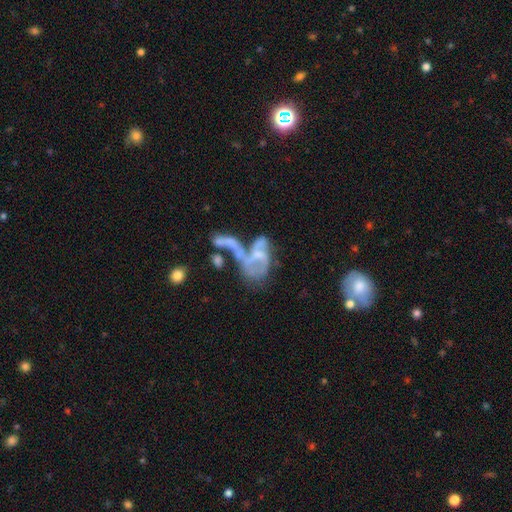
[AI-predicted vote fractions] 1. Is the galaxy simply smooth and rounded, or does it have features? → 65% featured or disk, 24% smooth, 12% star or artifact.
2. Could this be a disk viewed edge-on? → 96% no, 4% yes.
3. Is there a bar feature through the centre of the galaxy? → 66% no, 25% weak, 9% strong.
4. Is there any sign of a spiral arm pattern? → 55% no, 45% yes.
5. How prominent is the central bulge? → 37% none, 36% small, 23% moderate, 3% large, 1% dominant.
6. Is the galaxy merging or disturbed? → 51% merger, 29% major disturbance, 12% none, 8% minor disturbance.